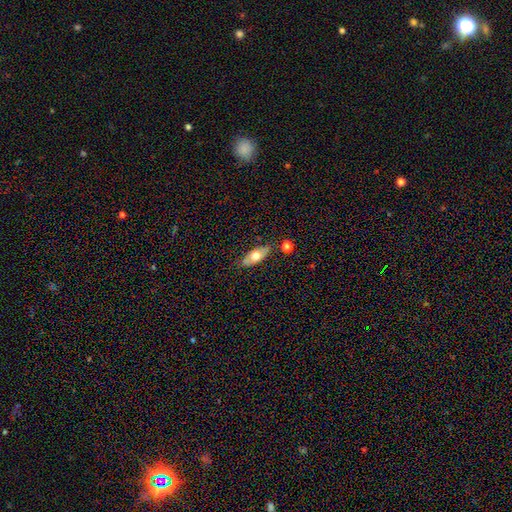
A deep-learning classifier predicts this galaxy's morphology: smooth 60%, featured or disk 33%, star or artifact 7%. Down the decision tree: how rounded — in between (77%); merging — none (76%).